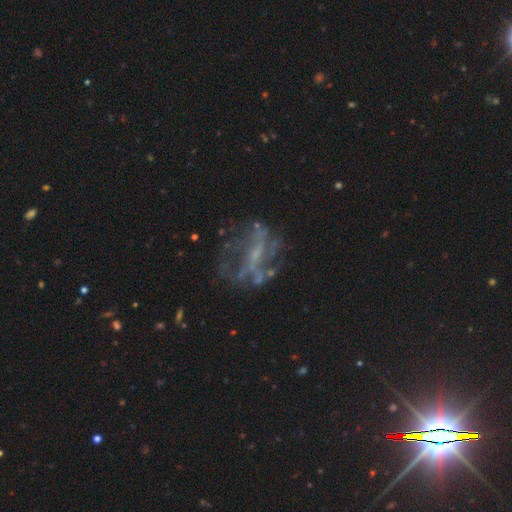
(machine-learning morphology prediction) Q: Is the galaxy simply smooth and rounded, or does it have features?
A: featured or disk — 64%.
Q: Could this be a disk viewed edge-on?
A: no — 93%.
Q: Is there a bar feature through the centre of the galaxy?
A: no — 46%.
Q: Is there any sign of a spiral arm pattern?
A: no — 54%.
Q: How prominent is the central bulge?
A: small — 46%.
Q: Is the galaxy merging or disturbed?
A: none — 53%.